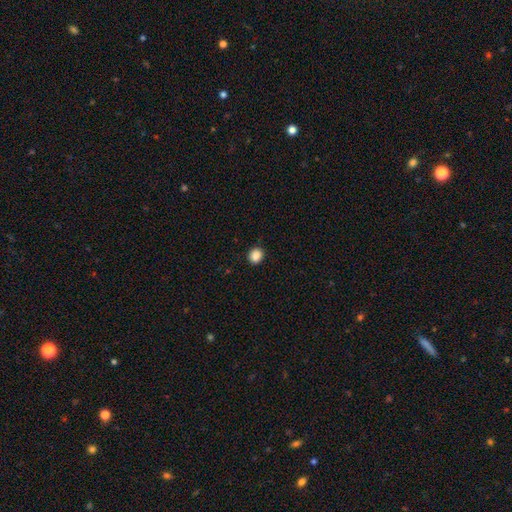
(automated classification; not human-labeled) Smooth or featured?
  - smooth: 87% *
  - star or artifact: 9%
  - featured or disk: 3%
How rounded?
  - round: 79% *
  - in between: 20%
  - cigar-shaped: 1%
Merging?
  - none: 90% *
  - minor disturbance: 7%
  - major disturbance: 2%
  - merger: 1%